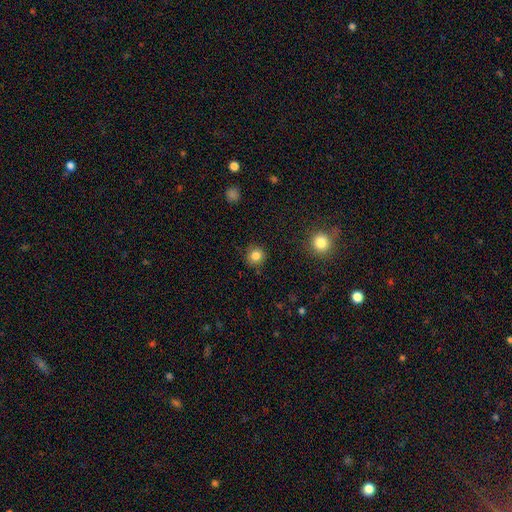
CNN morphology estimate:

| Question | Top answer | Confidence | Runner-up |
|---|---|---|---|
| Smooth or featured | smooth | 84% | star or artifact (11%) |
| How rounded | round | 92% | in between (7%) |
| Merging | none | 89% | minor disturbance (7%) |